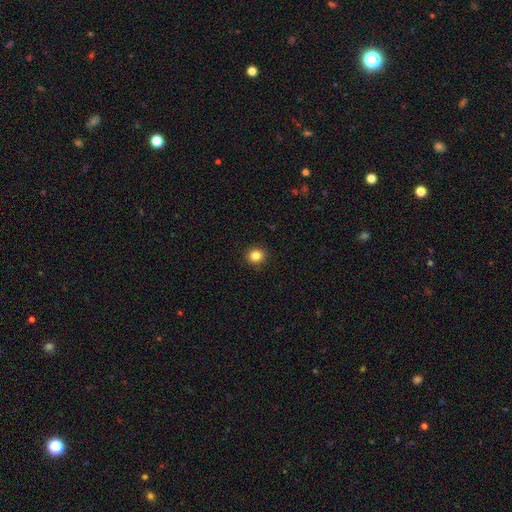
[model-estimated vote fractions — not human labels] Morphology: type=smooth (85%); roundness=round (87%); merging=none (92%).